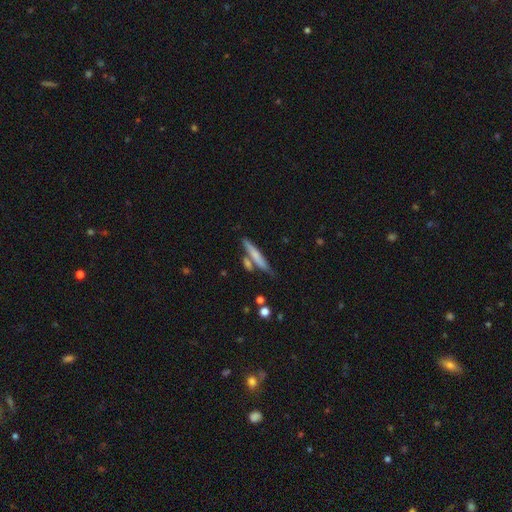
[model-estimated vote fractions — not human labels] smooth 64%, featured or disk 30%, star or artifact 6%. Down the decision tree: how rounded — cigar-shaped (90%); merging — none (65%).